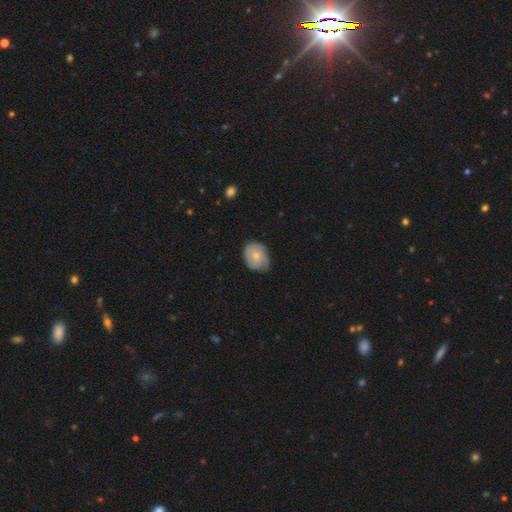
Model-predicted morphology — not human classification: Smooth or featured?
  - smooth: 61% *
  - featured or disk: 32%
  - star or artifact: 6%
How rounded?
  - in between: 55% *
  - round: 44%
  - cigar-shaped: 1%
Merging?
  - none: 59% *
  - minor disturbance: 33%
  - major disturbance: 7%
  - merger: 1%